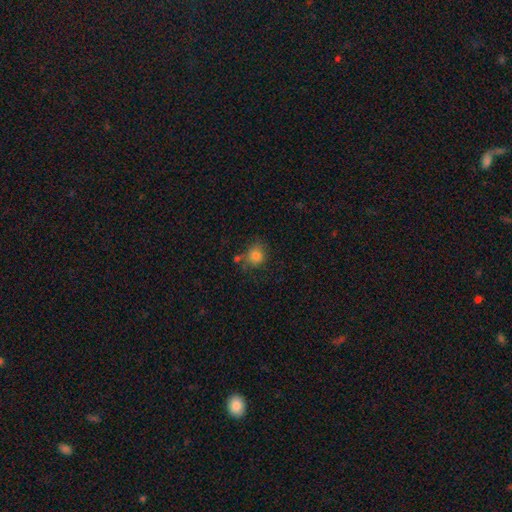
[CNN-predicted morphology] Smooth or featured?
  - smooth: 83% *
  - star or artifact: 10%
  - featured or disk: 7%
How rounded?
  - round: 77% *
  - in between: 22%
  - cigar-shaped: 1%
Merging?
  - none: 62% *
  - minor disturbance: 20%
  - merger: 11%
  - major disturbance: 7%